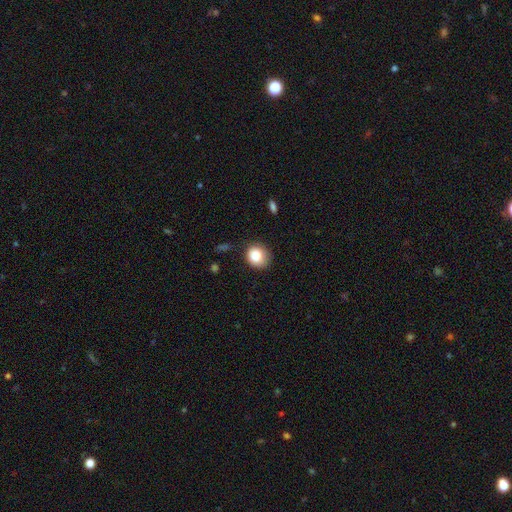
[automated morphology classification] This is clearly a smooth galaxy (86%). How rounded: likely round (75%). Merging: likely none (73%).